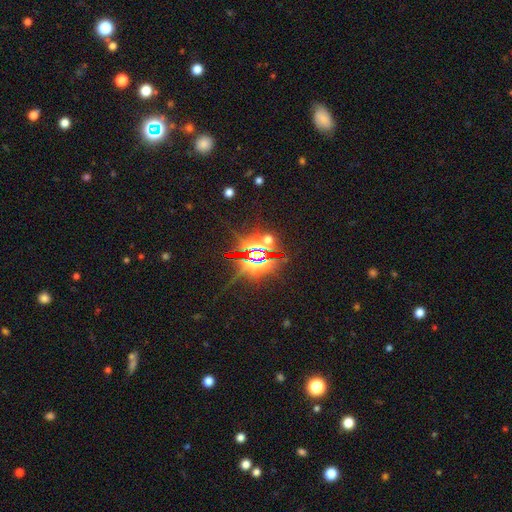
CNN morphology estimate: Smooth or featured? Predicted: star or artifact (p=0.82).